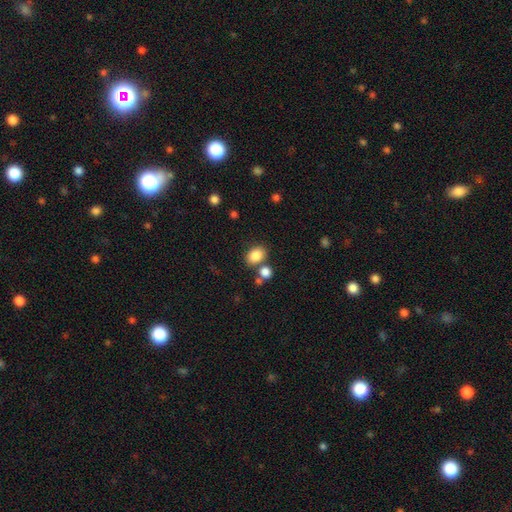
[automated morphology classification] A smooth galaxy with no disk features (85%) that is in between round and cigar-shaped (66%). Merging: none (69%).